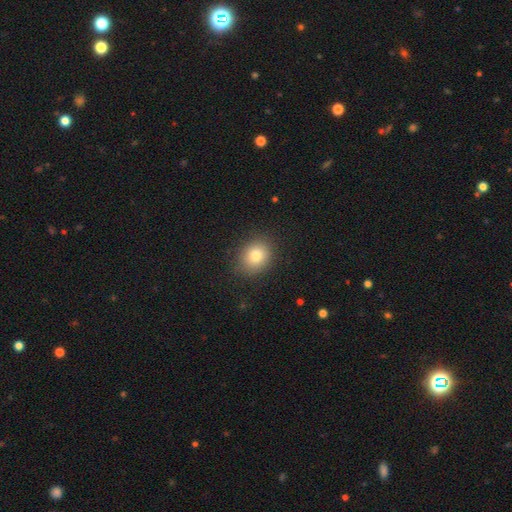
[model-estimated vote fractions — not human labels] This is likely a smooth galaxy (79%). How rounded: likely round (65%). Merging: clearly none (87%).